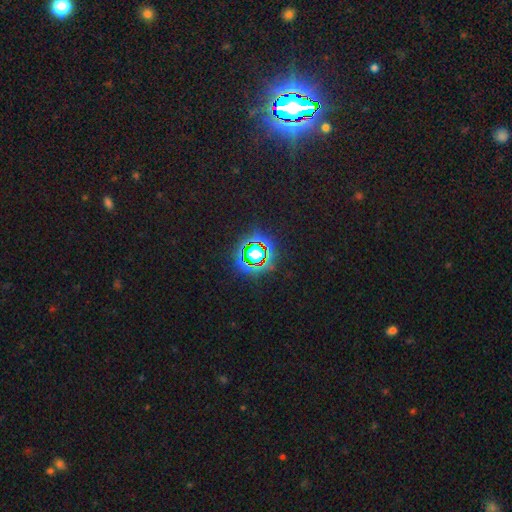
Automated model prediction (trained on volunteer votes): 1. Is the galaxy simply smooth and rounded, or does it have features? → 70% star or artifact, 19% smooth, 11% featured or disk.